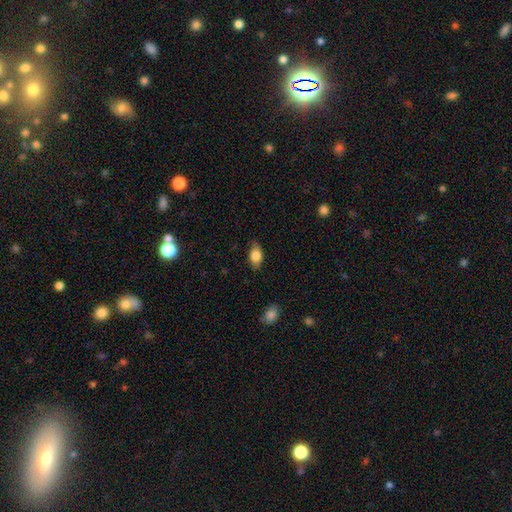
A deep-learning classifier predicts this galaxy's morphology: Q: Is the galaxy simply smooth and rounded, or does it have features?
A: smooth — 83%.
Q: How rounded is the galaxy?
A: in between — 88%.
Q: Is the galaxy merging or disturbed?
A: none — 80%.